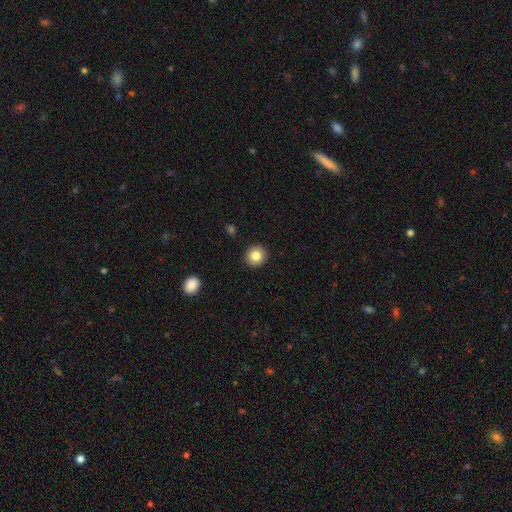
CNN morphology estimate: The model was most divided on "smooth or featured": smooth: 83%, star or artifact: 9%, featured or disk: 8%. More confident: merging — none (93%); how rounded — round (90%).